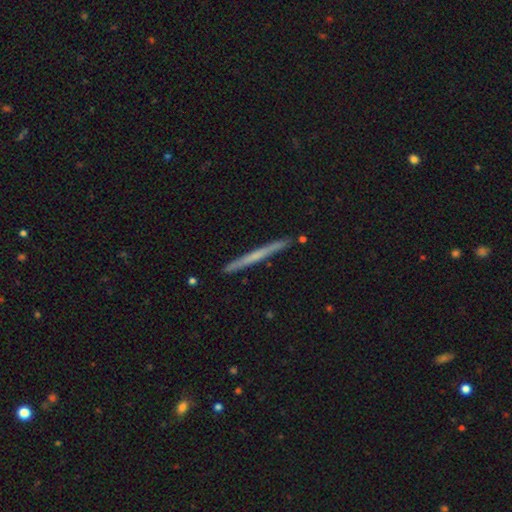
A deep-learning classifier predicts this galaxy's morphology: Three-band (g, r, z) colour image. It shows a featured or disk galaxy (53%) viewed edge-on (98%) with no central bulge (77%). Merging: none (91%).